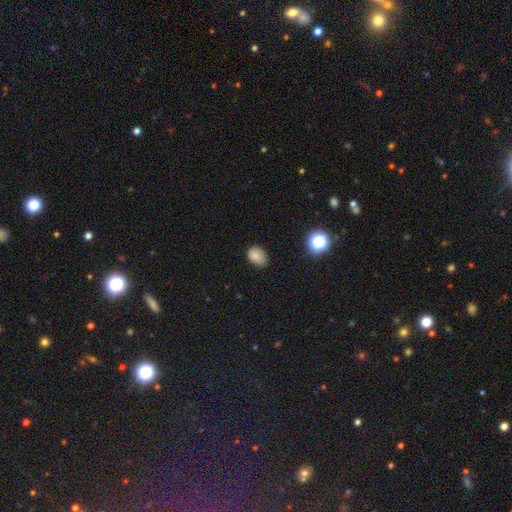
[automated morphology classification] A smooth galaxy with no disk features (82%) that is in between round and cigar-shaped (71%). Merging: none (71%).